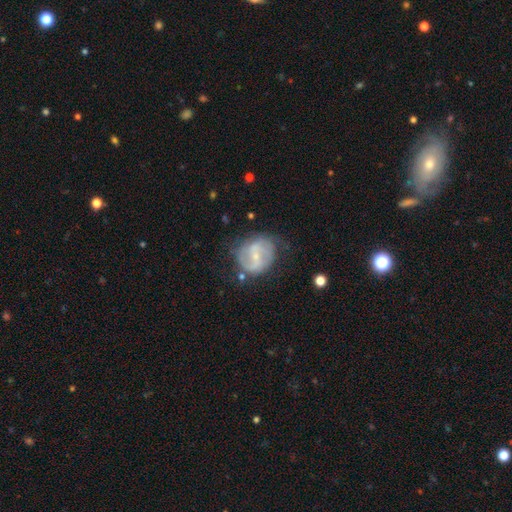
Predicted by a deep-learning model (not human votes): featured or disk 72%, smooth 22%, star or artifact 7%. Down the decision tree: edge-on disk — no (97%); bar — weak (50%); spiral arms — yes (82%); spiral arm count — 2 (72%); spiral winding — medium (46%); bulge size — small (68%); merging — none (57%).